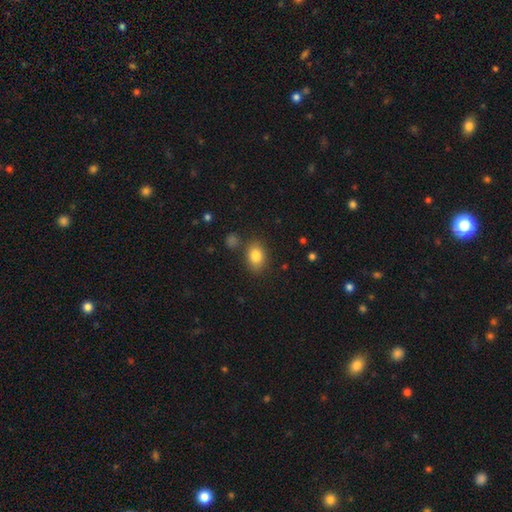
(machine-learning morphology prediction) A smooth galaxy with no disk features (82%) that is in between round and cigar-shaped (73%). Merging: none (80%).